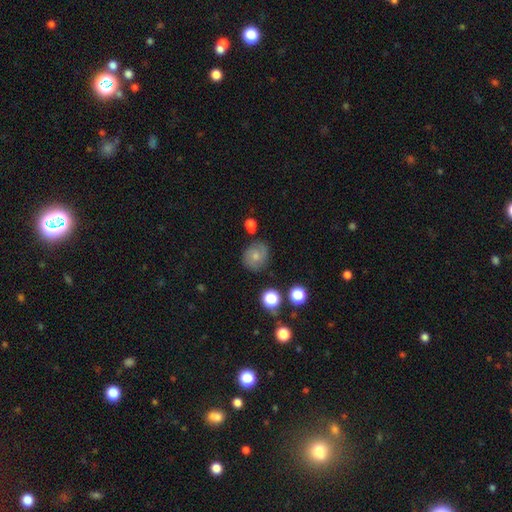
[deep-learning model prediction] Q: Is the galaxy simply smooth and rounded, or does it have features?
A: smooth — 61%.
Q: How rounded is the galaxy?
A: round — 79%.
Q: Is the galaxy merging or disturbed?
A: none — 72%.